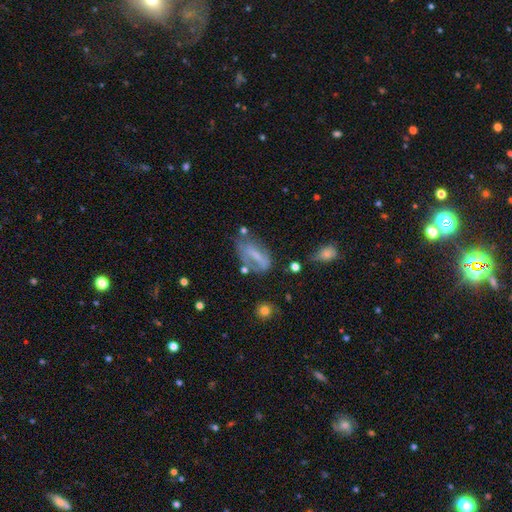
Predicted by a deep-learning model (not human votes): This is possibly a smooth galaxy (45%). Merging: marginally none (43%).